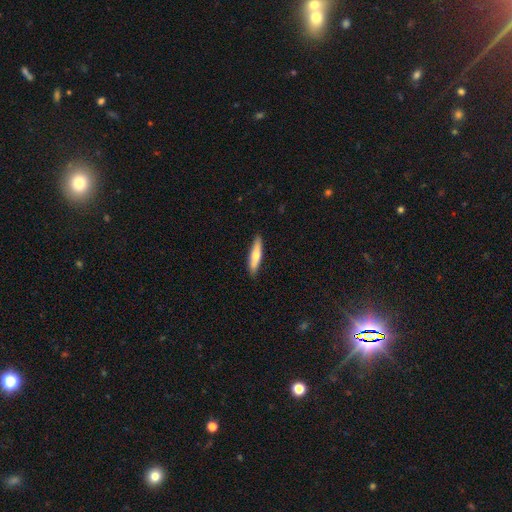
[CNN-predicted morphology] type=smooth (64%); roundness=cigar-shaped (81%); merging=none (89%).